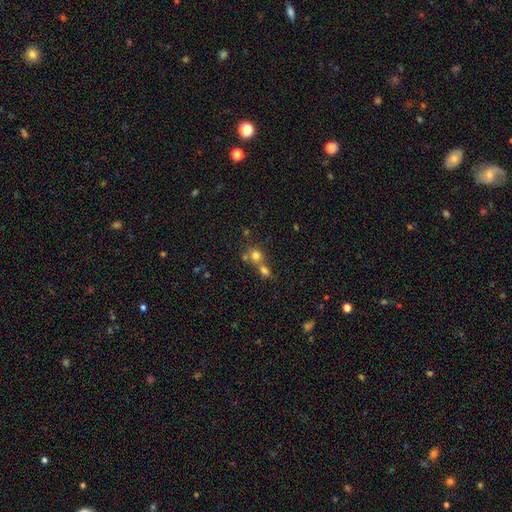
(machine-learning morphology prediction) A smooth galaxy with no disk features (72%) that is round (80%). Merging: merger (49%).